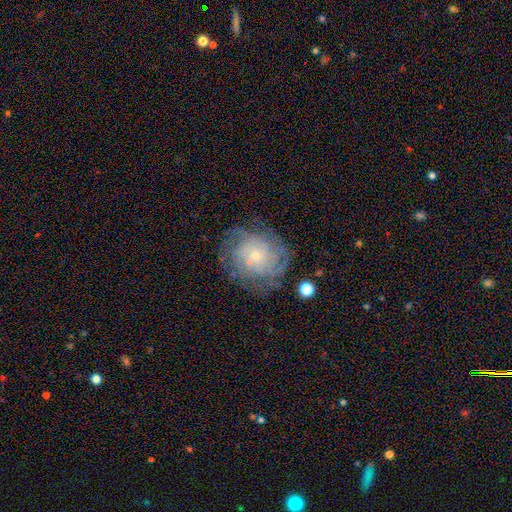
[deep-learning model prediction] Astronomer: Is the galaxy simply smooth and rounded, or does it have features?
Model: featured or disk — 71%.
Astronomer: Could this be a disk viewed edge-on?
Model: no — 97%.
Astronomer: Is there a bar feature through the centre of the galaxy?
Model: no — 82%.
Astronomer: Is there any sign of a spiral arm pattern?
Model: yes — 90%.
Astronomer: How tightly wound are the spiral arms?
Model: tight — 70%.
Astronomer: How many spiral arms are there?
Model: can't tell — 48%.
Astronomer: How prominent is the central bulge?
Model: small — 76%.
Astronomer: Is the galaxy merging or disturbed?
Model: none — 73%.